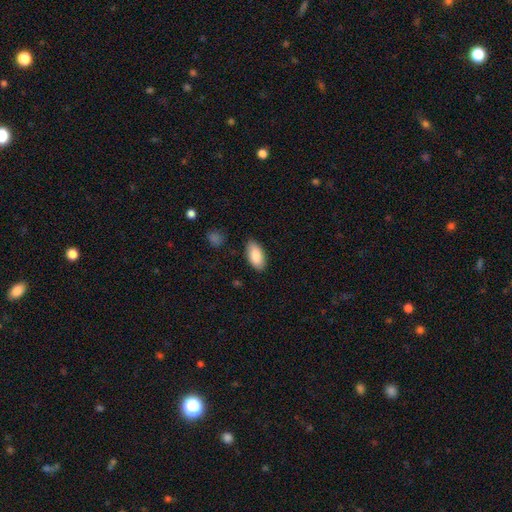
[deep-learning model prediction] The model was most divided on "merging": none: 85%, minor disturbance: 11%, major disturbance: 2%, merger: 1%. More confident: how rounded — in between (93%); smooth or featured — smooth (87%).